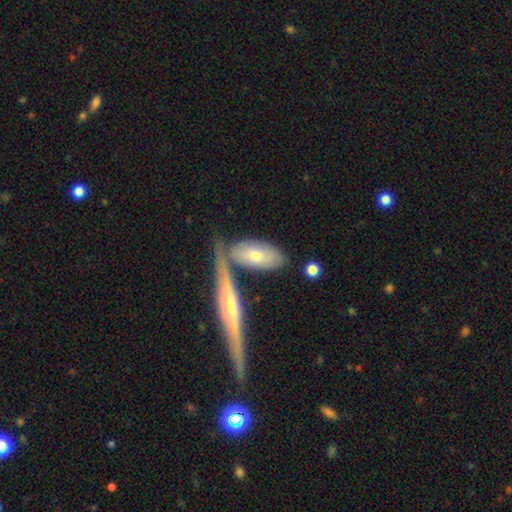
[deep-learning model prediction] Smooth or featured: smooth — 61% (featured or disk — 33%)
How rounded: in between — 76% (cigar-shaped — 21%)
Merging: none — 53% (merger — 25%)